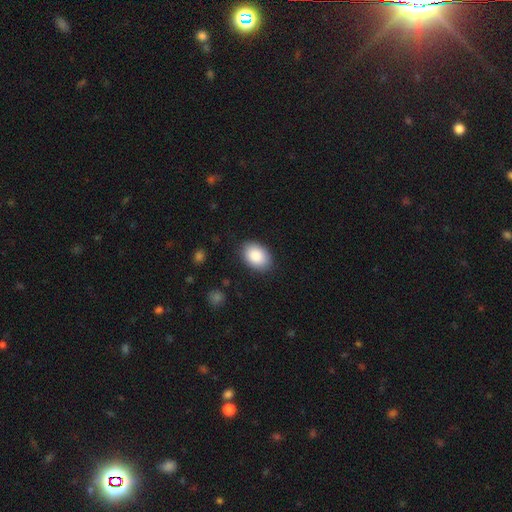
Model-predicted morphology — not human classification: Overall: smooth (88%). How rounded: in between (87%). Merging: none (86%).